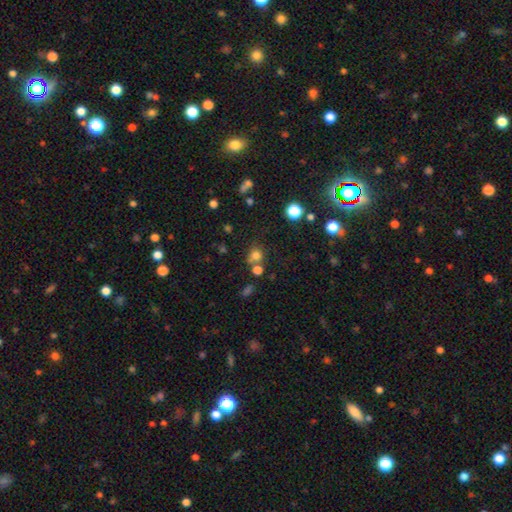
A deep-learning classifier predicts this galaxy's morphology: The model was most divided on "merging": none: 57%, merger: 25%, minor disturbance: 12%, major disturbance: 6%. More confident: how rounded — round (77%); smooth or featured — smooth (74%).